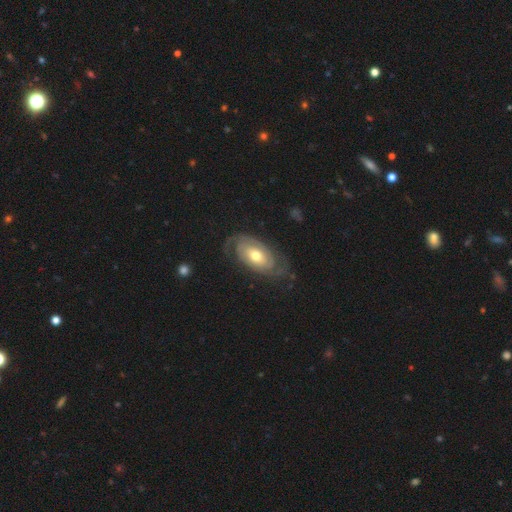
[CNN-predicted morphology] A featured or disk galaxy (80%) with no bar (74%), 2 (68%) tight (59%) spiral arms (90%) and a moderate central bulge (70%).

Vote fractions:
- Smooth or featured? featured or disk: 80% / smooth: 15% / star or artifact: 5%
- Edge-on disk? no: 95% / yes: 5%
- Bar? no: 74% / weak: 20% / strong: 7%
- Spiral arms? yes: 90% / no: 10%
- Spiral winding? tight: 59% / medium: 28% / loose: 13%
- Spiral arm count? 2: 68% / can't tell: 18% / 1: 5% / 3: 5% / 4: 2% / more than 4: 2%
- Bulge size? moderate: 70% / small: 20% / large: 8% / dominant: 1% / none: 1%
- Merging? none: 72% / minor disturbance: 16% / major disturbance: 10% / merger: 1%